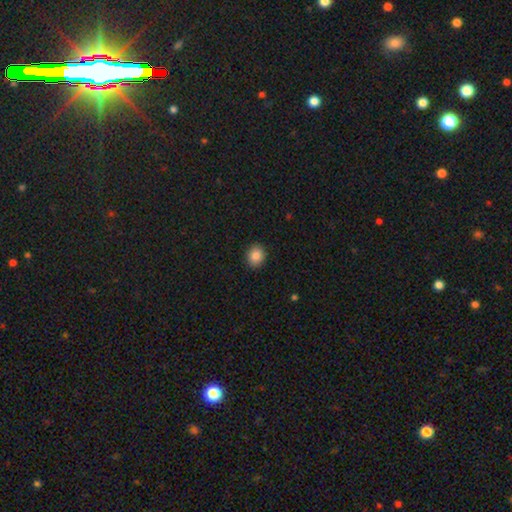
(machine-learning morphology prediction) Smooth or featured: smooth — 86% (star or artifact — 9%)
How rounded: round — 66% (in between — 33%)
Merging: none — 91% (minor disturbance — 6%)